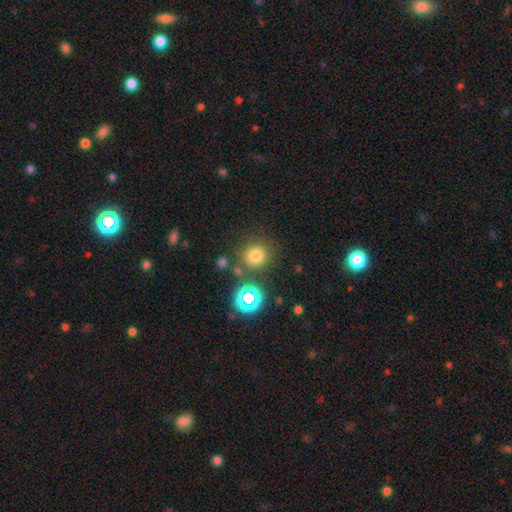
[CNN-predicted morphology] Smooth or featured? smooth (74%)
How rounded? round (88%)
Merging? none (80%)